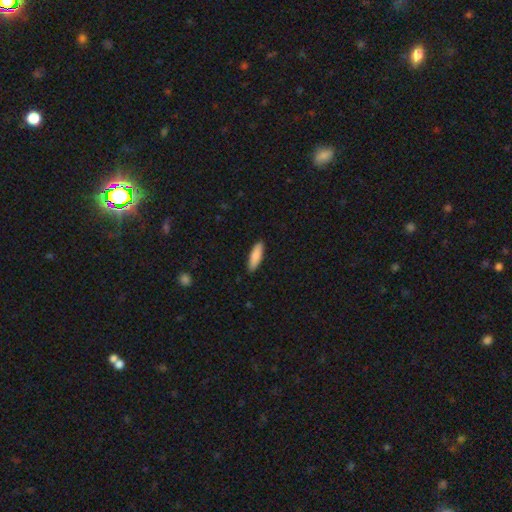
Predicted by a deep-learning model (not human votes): Overall: smooth (86%). How rounded: cigar-shaped (56%; in between 43%). Merging: none (88%).